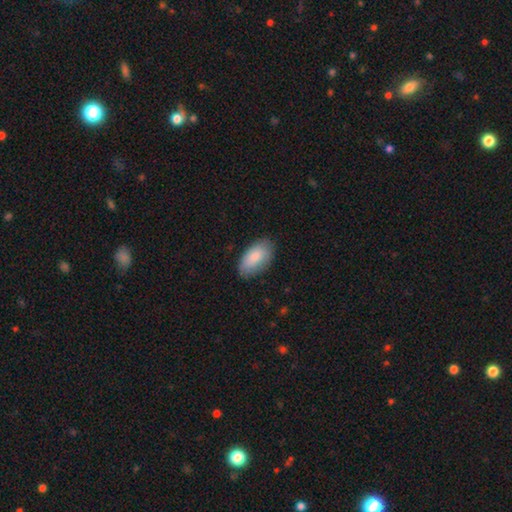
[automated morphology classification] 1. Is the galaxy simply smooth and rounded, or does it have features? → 86% smooth, 8% featured or disk, 6% star or artifact.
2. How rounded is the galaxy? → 95% in between, 3% cigar-shaped, 2% round.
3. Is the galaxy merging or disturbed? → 81% none, 15% minor disturbance, 3% major disturbance, 1% merger.